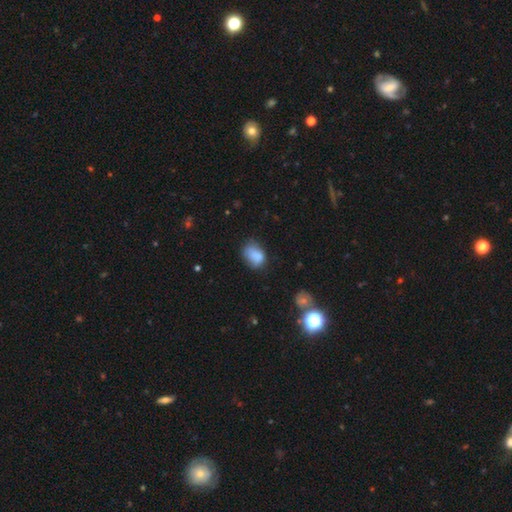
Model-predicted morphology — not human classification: Smooth or featured? smooth (80%)
How rounded? in between (71%)
Merging? none (51%)